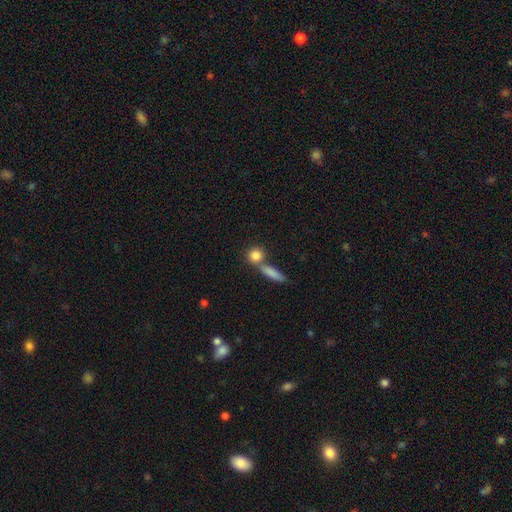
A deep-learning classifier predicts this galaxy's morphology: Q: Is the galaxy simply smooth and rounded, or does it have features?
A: smooth — 83%.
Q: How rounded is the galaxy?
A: round — 70%.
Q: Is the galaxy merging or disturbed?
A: none — 57%.